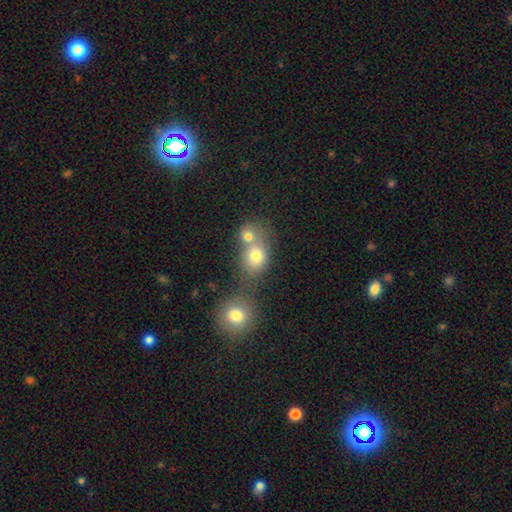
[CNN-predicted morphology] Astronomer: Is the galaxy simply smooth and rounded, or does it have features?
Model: smooth — 76%.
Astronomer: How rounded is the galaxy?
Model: round — 69%.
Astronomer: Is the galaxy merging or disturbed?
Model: merger — 48% (runner-up: none, 41%).